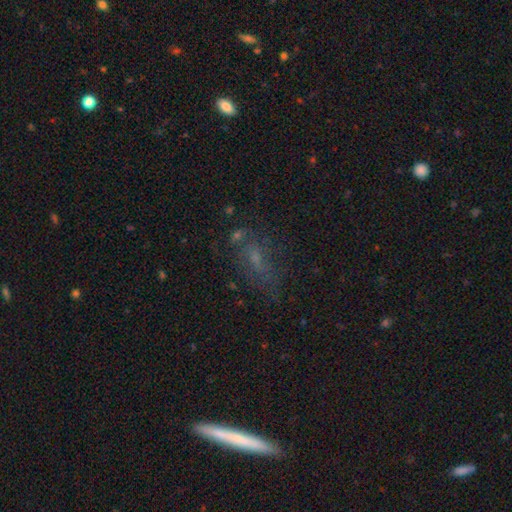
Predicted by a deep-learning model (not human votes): smooth-or-featured: smooth: 38% | featured or disk: 35% | star or artifact: 27%
  merging: none: 68% | minor disturbance: 17% | major disturbance: 10% | merger: 5%